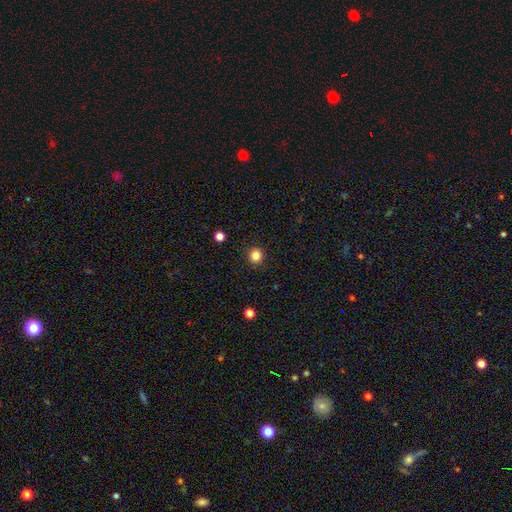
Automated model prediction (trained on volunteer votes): A smooth galaxy with no disk features (84%) that is round (92%). Merging: none (91%).